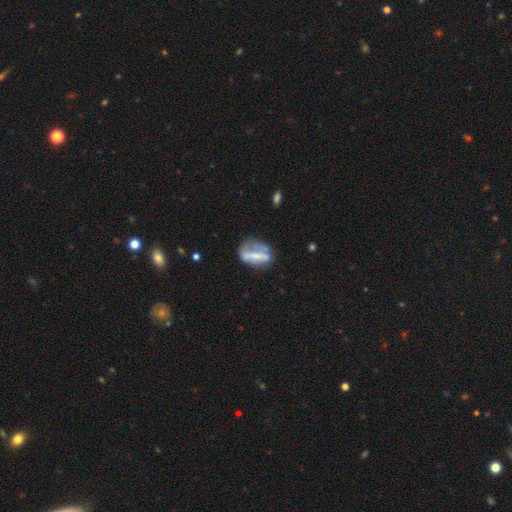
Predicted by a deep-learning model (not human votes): This appears to be a featured or disk galaxy (51%). Merging: none (45%).